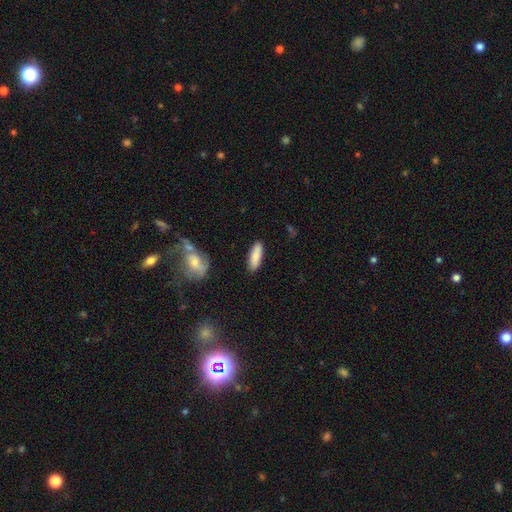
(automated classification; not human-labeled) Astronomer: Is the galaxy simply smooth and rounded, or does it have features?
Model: smooth — 86%.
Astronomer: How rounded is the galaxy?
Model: cigar-shaped — 50% (runner-up: in between, 48%).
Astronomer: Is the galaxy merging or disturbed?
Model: none — 88%.